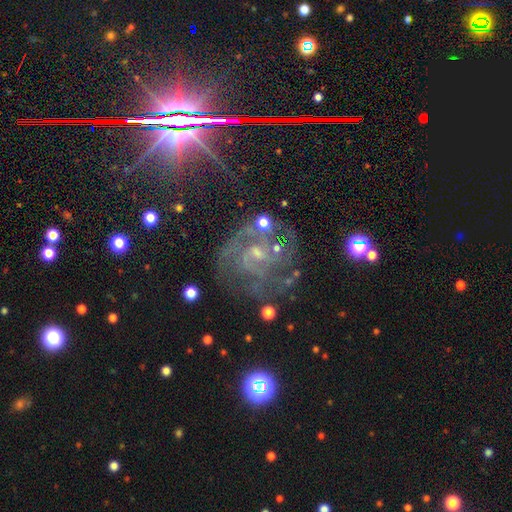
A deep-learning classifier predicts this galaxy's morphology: A featured or disk galaxy (73%) with no bar (54%), tight (54%) spiral arms (90%) and a small central bulge (64%).

Vote fractions:
- Smooth or featured? featured or disk: 73% / star or artifact: 19% / smooth: 8%
- Edge-on disk? no: 97% / yes: 3%
- Bar? no: 54% / weak: 35% / strong: 11%
- Spiral arms? yes: 90% / no: 10%
- Spiral winding? tight: 54% / medium: 35% / loose: 10%
- Spiral arm count? can't tell: 35% / 2: 28% / 3: 16% / 4: 8% / 1: 7% / more than 4: 6%
- Bulge size? small: 64% / moderate: 20% / none: 13% / large: 2% / dominant: 1%
- Merging? none: 63% / minor disturbance: 18% / major disturbance: 14% / merger: 5%